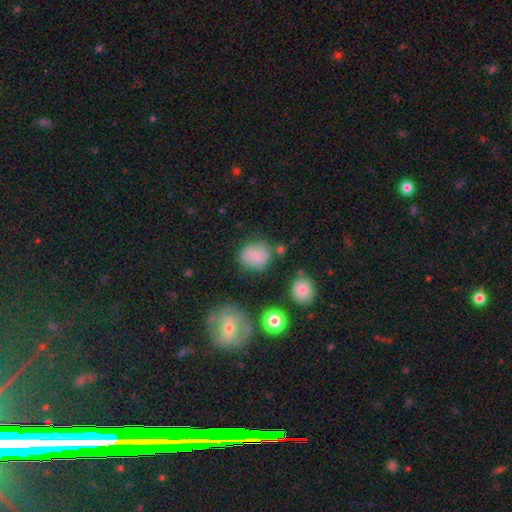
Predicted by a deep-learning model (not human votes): smooth 68%, featured or disk 22%, star or artifact 10%. Down the decision tree: how rounded — round (76%); merging — none (69%).